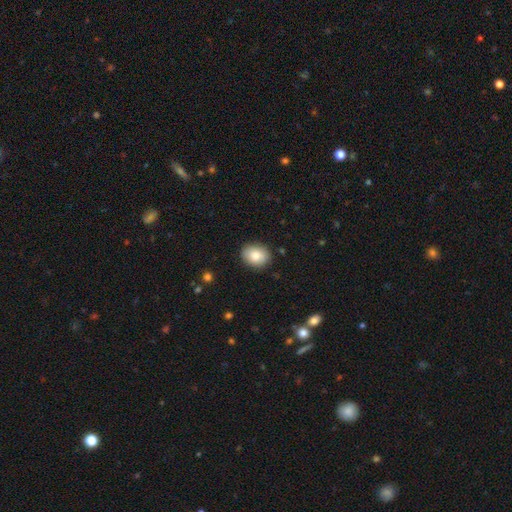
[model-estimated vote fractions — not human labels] Q: Smooth or featured?
A: smooth (83%); runner-up: featured or disk (10%)
Q: How rounded?
A: round (55%); runner-up: in between (44%)
Q: Merging?
A: none (88%); runner-up: minor disturbance (9%)